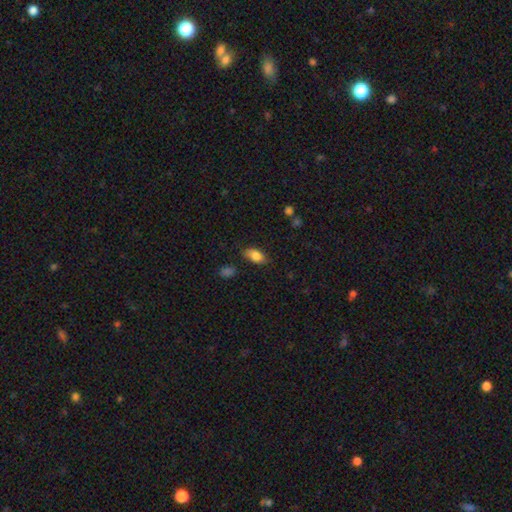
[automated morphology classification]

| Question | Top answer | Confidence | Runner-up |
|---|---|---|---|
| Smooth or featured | smooth | 82% | featured or disk (10%) |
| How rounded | in between | 89% | round (6%) |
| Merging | none | 78% | minor disturbance (16%) |